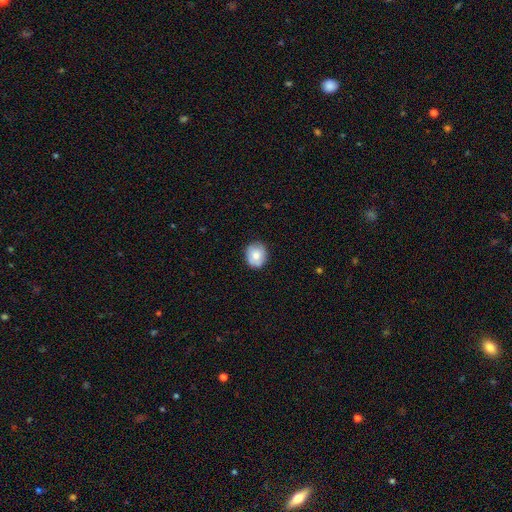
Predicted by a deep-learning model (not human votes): Smooth or featured: smooth — 74% (featured or disk — 18%)
How rounded: round — 75% (in between — 24%)
Merging: none — 81% (minor disturbance — 15%)